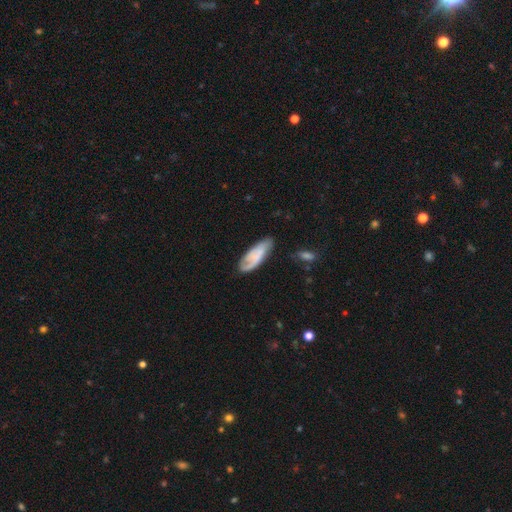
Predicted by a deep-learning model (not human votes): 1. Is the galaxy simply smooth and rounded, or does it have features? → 51% smooth, 42% featured or disk, 7% star or artifact.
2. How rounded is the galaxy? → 72% in between, 26% cigar-shaped, 2% round.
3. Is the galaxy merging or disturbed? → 59% none, 27% minor disturbance, 11% major disturbance, 3% merger.